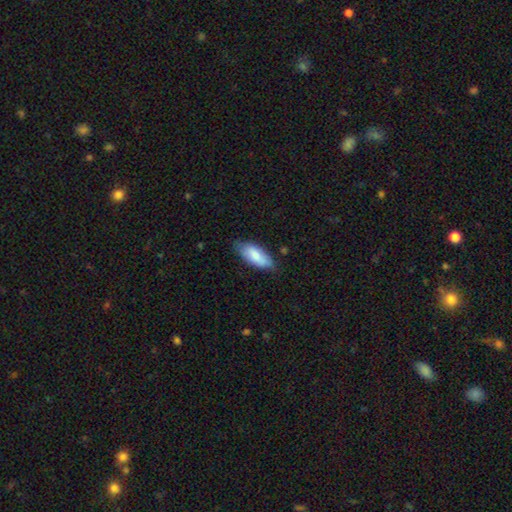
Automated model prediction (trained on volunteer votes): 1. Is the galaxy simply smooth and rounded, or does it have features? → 78% smooth, 16% featured or disk, 6% star or artifact.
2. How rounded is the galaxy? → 83% in between, 15% cigar-shaped, 2% round.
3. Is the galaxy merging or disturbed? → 73% none, 23% minor disturbance, 4% major disturbance, 1% merger.